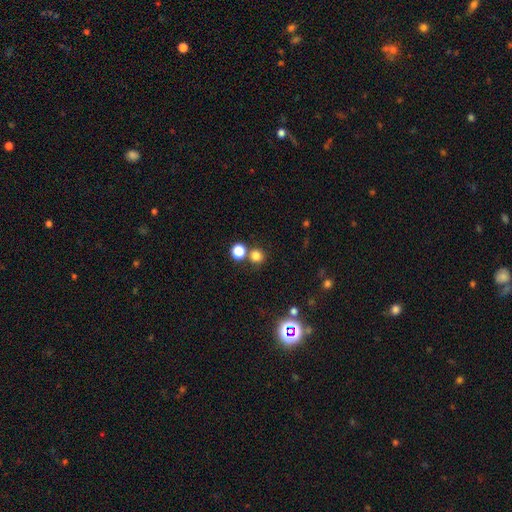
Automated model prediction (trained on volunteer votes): Q: Smooth or featured?
A: smooth (77%); runner-up: star or artifact (17%)
Q: How rounded?
A: round (92%); runner-up: in between (7%)
Q: Merging?
A: none (73%); runner-up: merger (17%)